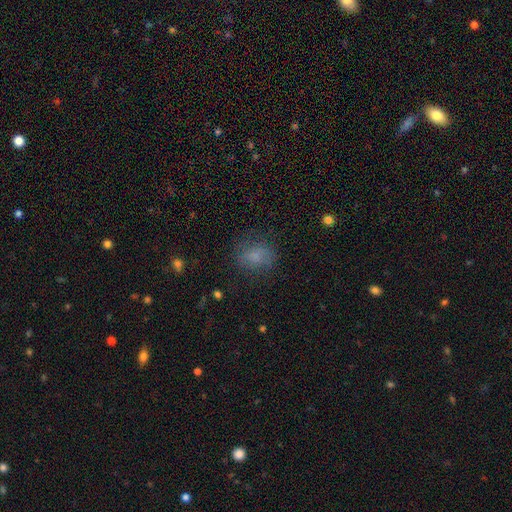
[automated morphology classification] This appears to be a smooth galaxy with no disk features (74%) that is in between round and cigar-shaped (56%). Merging: none (70%).